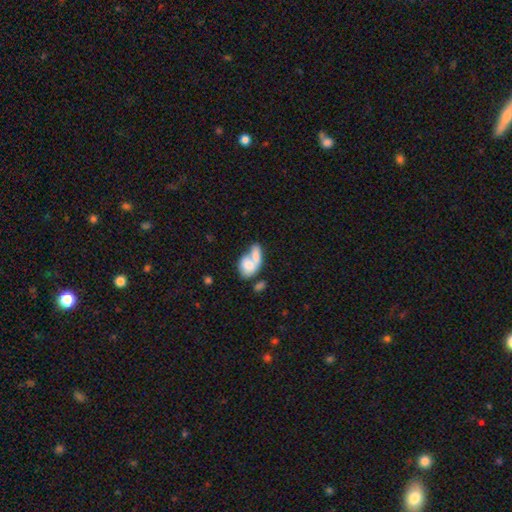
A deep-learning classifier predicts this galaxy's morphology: Overall: smooth (72%). How rounded: in between (80%). Merging: merger (71%).